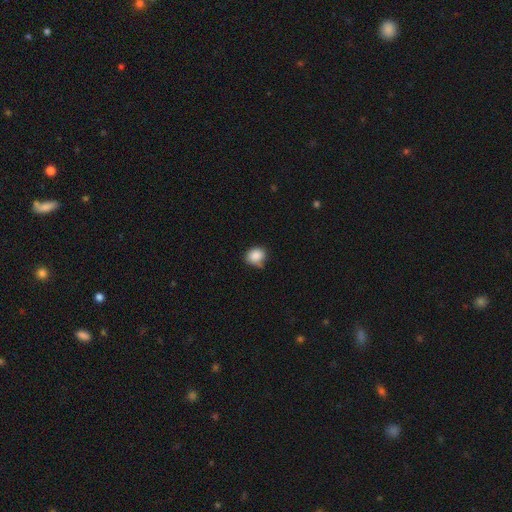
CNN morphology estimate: Overall: smooth (87%). How rounded: round (66%; in between 33%). Merging: none (66%).